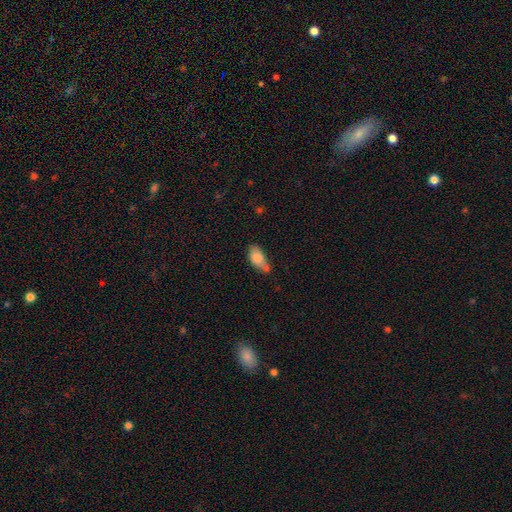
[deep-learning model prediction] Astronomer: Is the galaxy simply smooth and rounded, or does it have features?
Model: smooth — 81%.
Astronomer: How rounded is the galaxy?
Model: in between — 88%.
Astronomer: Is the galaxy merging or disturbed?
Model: none — 43% (runner-up: minor disturbance, 30%).